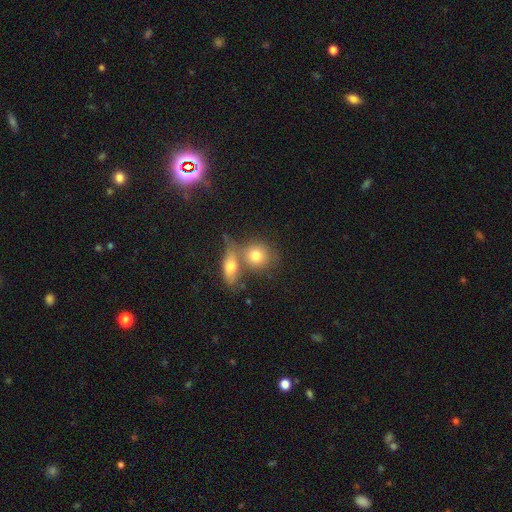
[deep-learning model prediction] Q: Smooth or featured?
A: smooth (73%); runner-up: featured or disk (17%)
Q: How rounded?
A: round (68%); runner-up: in between (29%)
Q: Merging?
A: merger (45%); runner-up: none (41%)